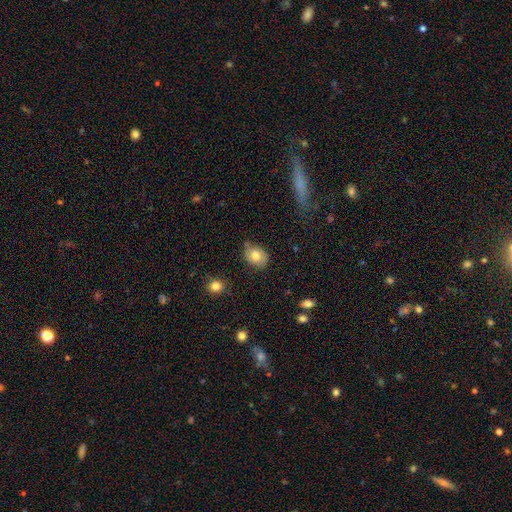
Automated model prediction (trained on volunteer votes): Q: Smooth or featured?
A: smooth (75%); runner-up: featured or disk (17%)
Q: How rounded?
A: in between (65%); runner-up: round (34%)
Q: Merging?
A: none (60%); runner-up: minor disturbance (31%)